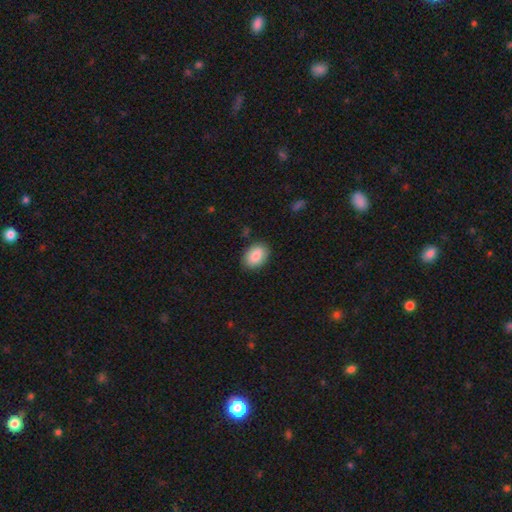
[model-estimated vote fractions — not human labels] A smooth galaxy with no disk features (85%) that is in between round and cigar-shaped (81%). Merging: none (85%).